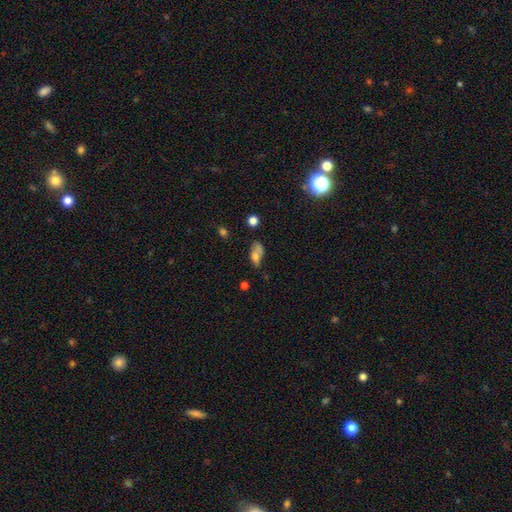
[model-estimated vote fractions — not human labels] Smooth or featured: smooth — 68% (featured or disk — 20%)
How rounded: in between — 80% (round — 11%)
Merging: none — 29% (minor disturbance — 27%)